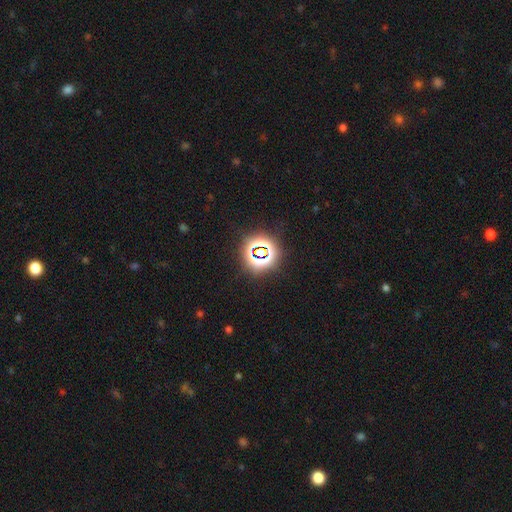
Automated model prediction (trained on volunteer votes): Morphology: type=star or artifact (72%).